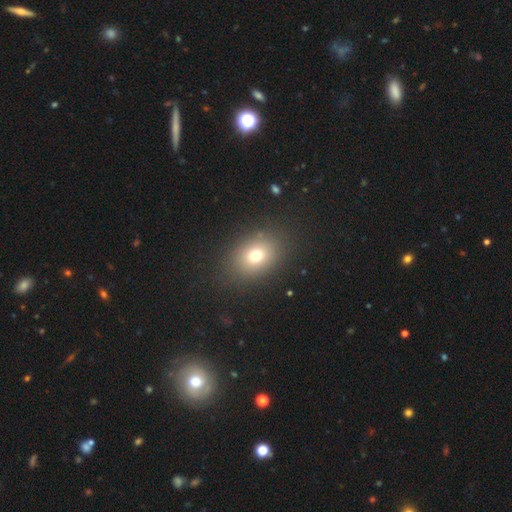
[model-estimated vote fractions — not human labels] smooth-or-featured: smooth: 72% | star or artifact: 15% | featured or disk: 12%
  how-rounded: in between: 61% | round: 38% | cigar-shaped: 1%
  merging: none: 85% | minor disturbance: 9% | major disturbance: 5% | merger: 1%